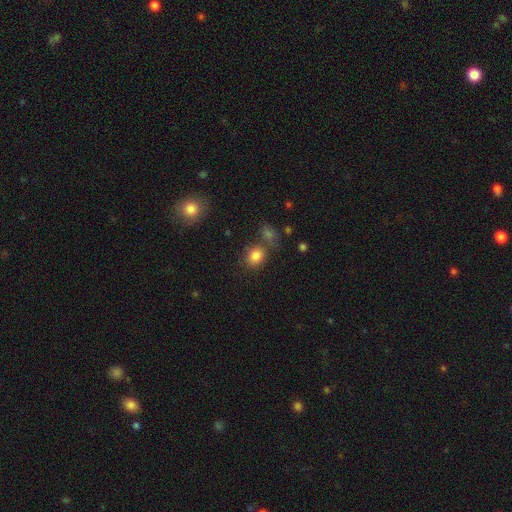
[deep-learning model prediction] This appears to be a smooth galaxy with no disk features (83%) that is round (57%). Merging: none (65%).